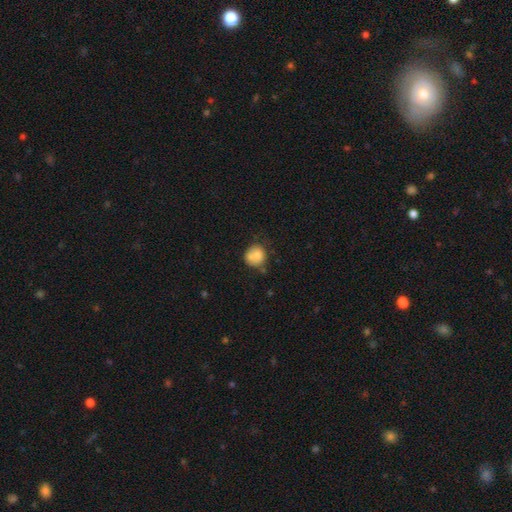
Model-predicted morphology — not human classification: smooth_or_featured: smooth (p=0.71) [alt: featured or disk p=0.20]
how_rounded: round (p=0.80) [alt: in between p=0.19]
merging: none (p=0.50) [alt: minor disturbance p=0.23]